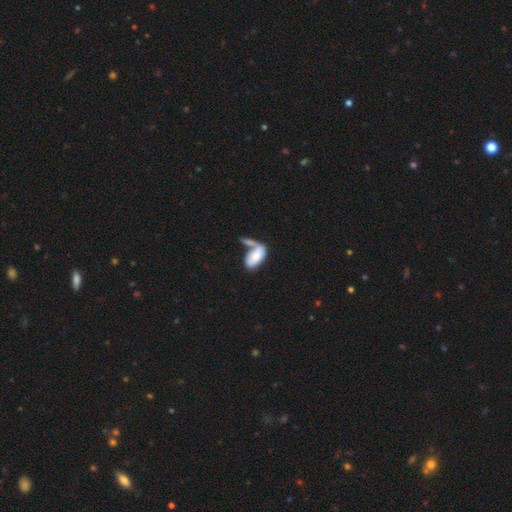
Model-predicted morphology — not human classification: type=smooth (74%); roundness=in between (93%); merging=merger (52%).